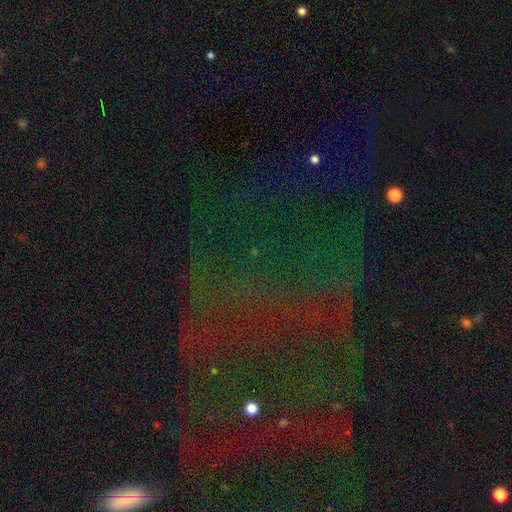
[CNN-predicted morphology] This appears to be a star or artifact, not a galaxy (73%).